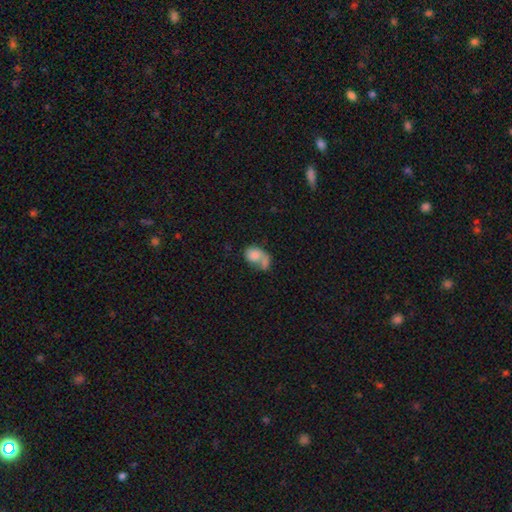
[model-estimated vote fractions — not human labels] Morphology: type=smooth (72%); roundness=in between (64%); merging=merger (50%).